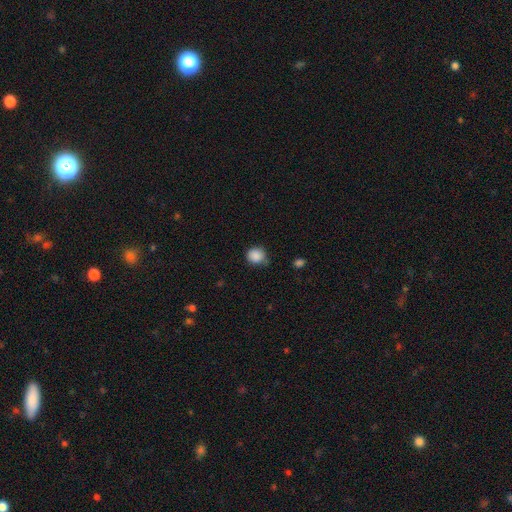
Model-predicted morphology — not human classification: Overall: smooth (87%). How rounded: round (86%). Merging: none (65%; minor disturbance 27%).